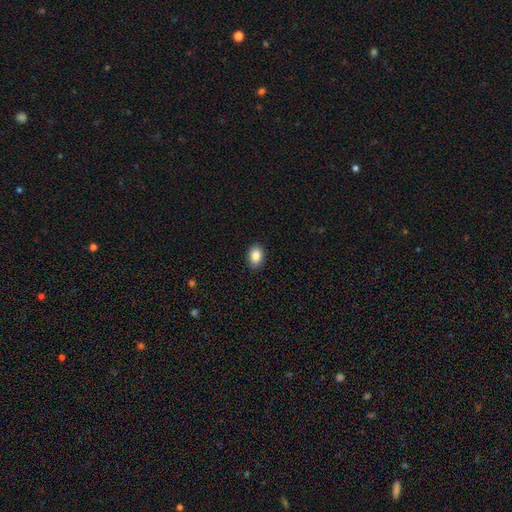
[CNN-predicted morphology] A smooth galaxy with no disk features (87%) that is in between round and cigar-shaped (74%).

Vote fractions:
- Smooth or featured? smooth: 87% / star or artifact: 8% / featured or disk: 5%
- How rounded? in between: 74% / round: 25% / cigar-shaped: 1%
- Merging? none: 89% / minor disturbance: 8% / major disturbance: 2% / merger: 1%